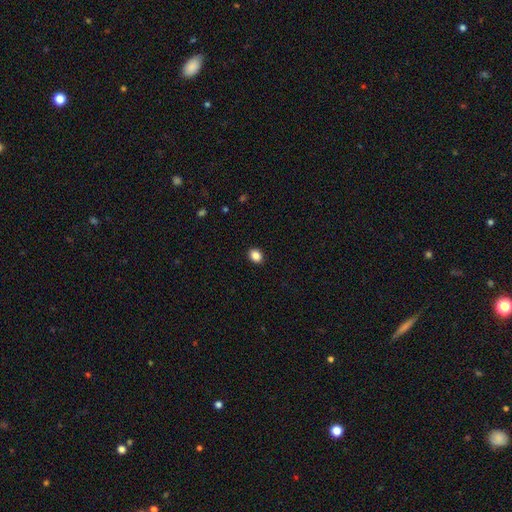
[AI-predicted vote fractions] A smooth galaxy with no disk features (87%) that is in between round and cigar-shaped (55%).

Vote fractions:
- Smooth or featured? smooth: 87% / star or artifact: 10% / featured or disk: 3%
- How rounded? in between: 55% / round: 44% / cigar-shaped: 1%
- Merging? none: 92% / minor disturbance: 6% / major disturbance: 2% / merger: 1%